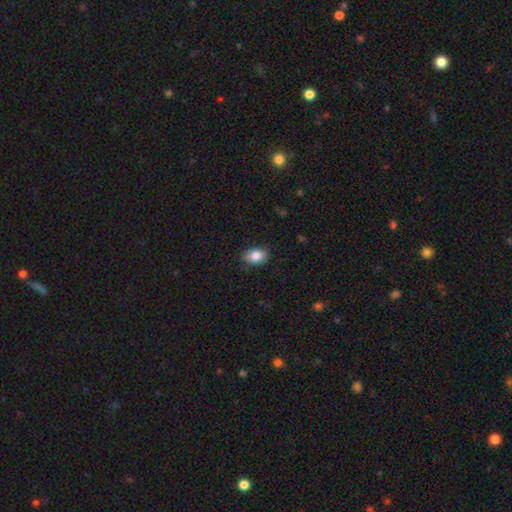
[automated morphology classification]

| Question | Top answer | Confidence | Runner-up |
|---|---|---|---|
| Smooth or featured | smooth | 84% | star or artifact (8%) |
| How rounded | in between | 79% | round (19%) |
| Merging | none | 83% | minor disturbance (13%) |